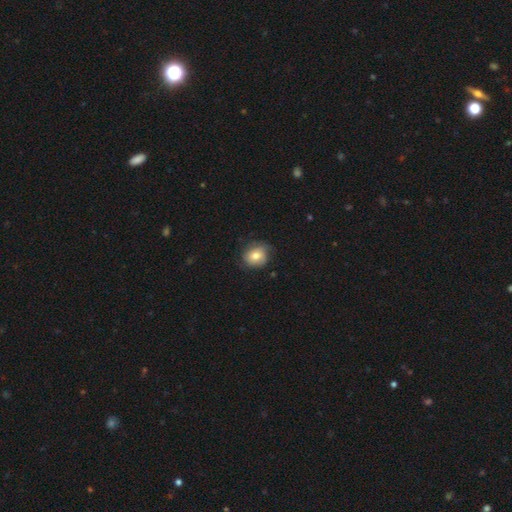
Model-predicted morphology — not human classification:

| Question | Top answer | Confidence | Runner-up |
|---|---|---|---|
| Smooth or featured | smooth | 75% | featured or disk (17%) |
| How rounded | round | 71% | in between (28%) |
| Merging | none | 72% | minor disturbance (22%) |